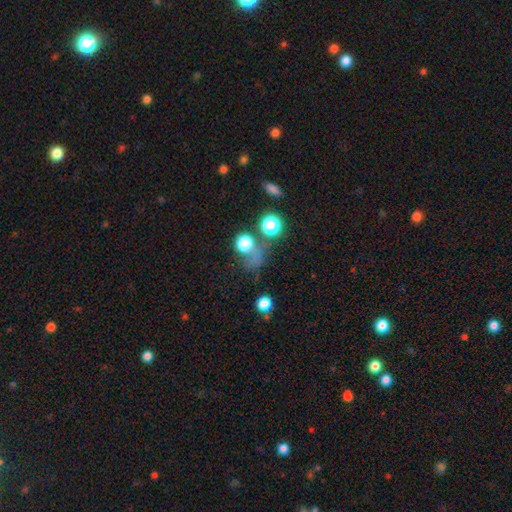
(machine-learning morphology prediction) Overall: smooth (59%; star or artifact 30%). How rounded: round (76%). Merging: none (49%; major disturbance 19%).